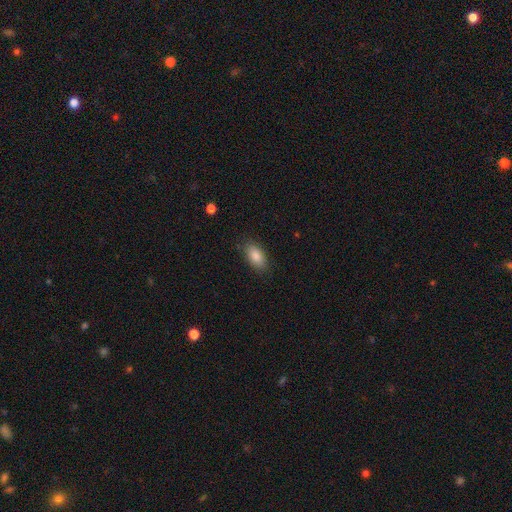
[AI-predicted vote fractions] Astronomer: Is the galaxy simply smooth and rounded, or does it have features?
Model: smooth — 86%.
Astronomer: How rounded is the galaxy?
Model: in between — 92%.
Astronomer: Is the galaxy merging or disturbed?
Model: none — 85%.